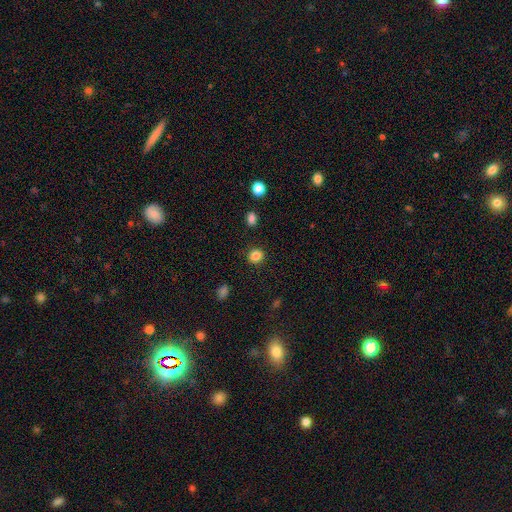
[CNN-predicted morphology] The model was most divided on "how rounded": round: 83%, in between: 16%, cigar-shaped: 1%. More confident: merging — none (90%); smooth or featured — smooth (85%).